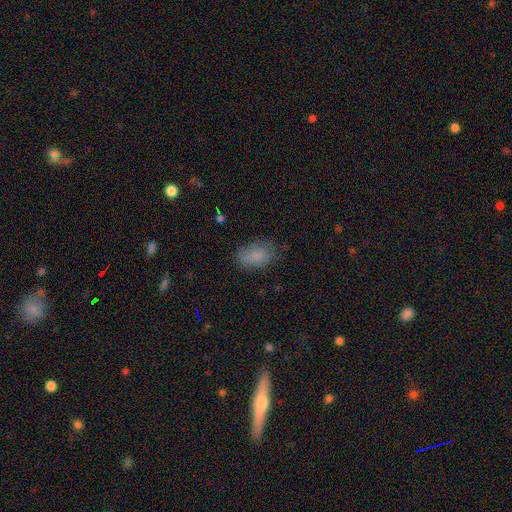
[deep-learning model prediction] A smooth galaxy with no disk features (81%) that is in between round and cigar-shaped (89%). Merging: none (71%).